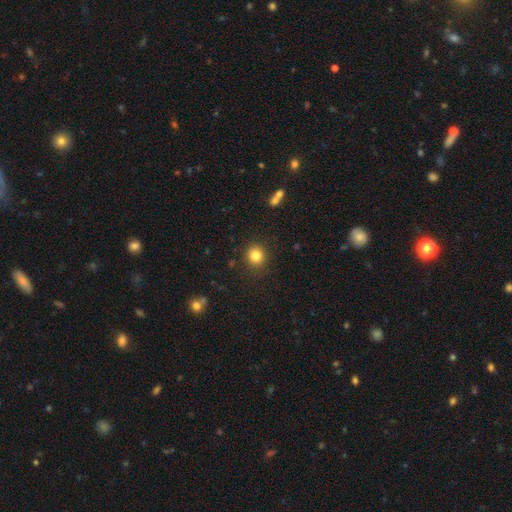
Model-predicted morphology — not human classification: smooth-or-featured: smooth: 82% | star or artifact: 12% | featured or disk: 6%
  how-rounded: round: 90% | in between: 9% | cigar-shaped: 1%
  merging: none: 90% | minor disturbance: 6% | major disturbance: 2% | merger: 2%